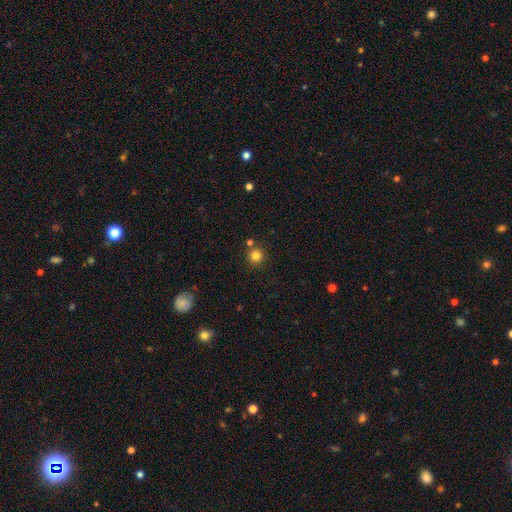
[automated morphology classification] A smooth galaxy with no disk features (82%) that is round (93%). Merging: none (81%).